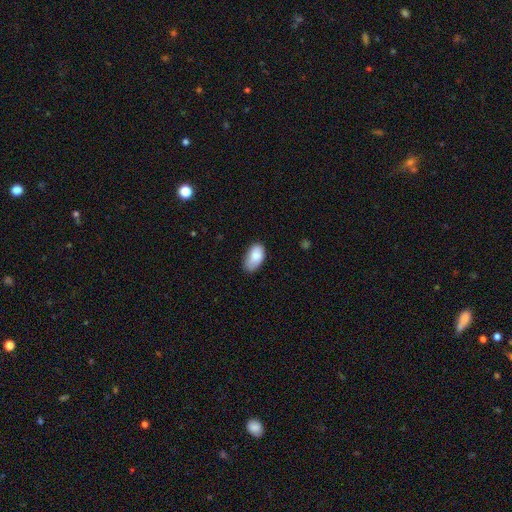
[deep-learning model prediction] smooth-or-featured: smooth: 84% | featured or disk: 9% | star or artifact: 7%
  how-rounded: in between: 94% | round: 4% | cigar-shaped: 2%
  merging: none: 68% | minor disturbance: 26% | major disturbance: 4% | merger: 1%